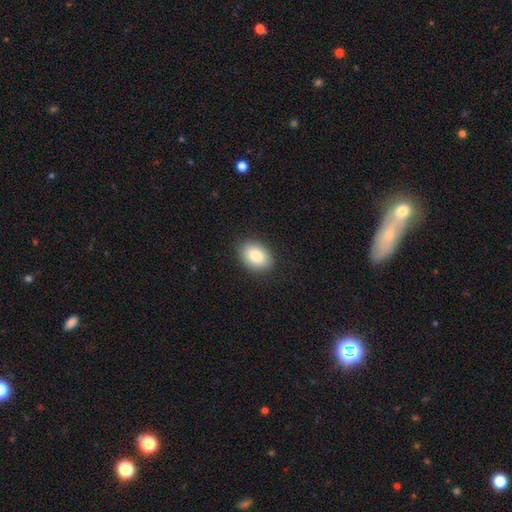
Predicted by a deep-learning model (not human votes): Smooth or featured? smooth (84%)
How rounded? in between (79%)
Merging? none (86%)